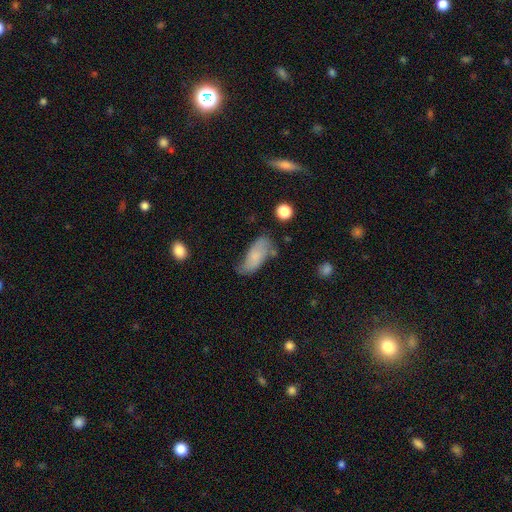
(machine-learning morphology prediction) A smooth galaxy with no disk features (66%) that is in between round and cigar-shaped (81%).

Vote fractions:
- Smooth or featured? smooth: 66% / featured or disk: 26% / star or artifact: 8%
- How rounded? in between: 81% / cigar-shaped: 16% / round: 3%
- Merging? none: 47% / minor disturbance: 35% / major disturbance: 13% / merger: 5%